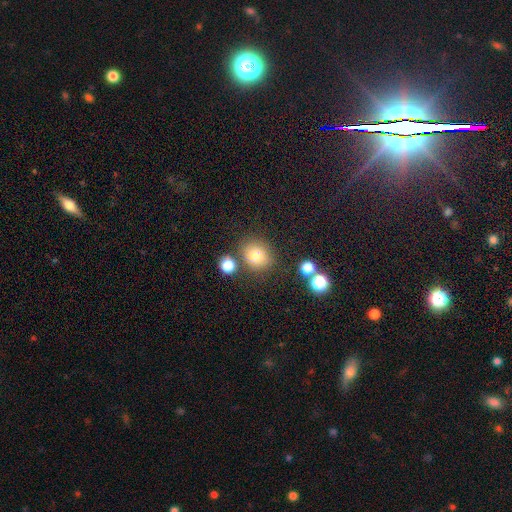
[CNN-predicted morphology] Smooth or featured? Predicted: smooth (p=0.77). How rounded? Predicted: round (p=0.72). Merging? Predicted: none (p=0.74).